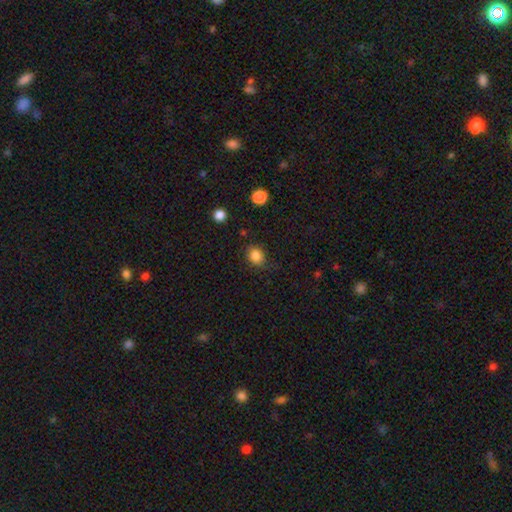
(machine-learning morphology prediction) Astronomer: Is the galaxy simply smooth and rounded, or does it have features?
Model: smooth — 84%.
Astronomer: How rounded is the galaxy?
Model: round — 62% (runner-up: in between, 37%).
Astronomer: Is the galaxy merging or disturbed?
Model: none — 78%.